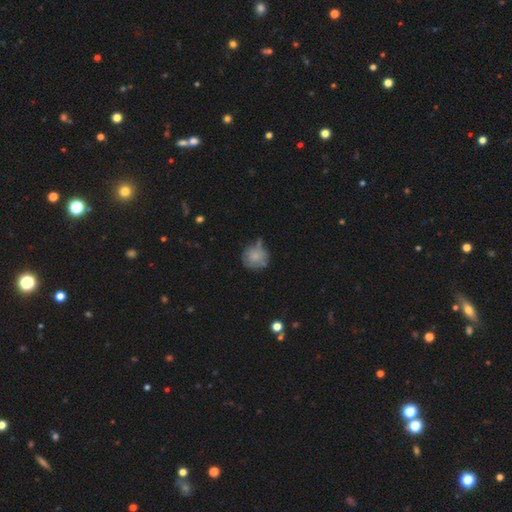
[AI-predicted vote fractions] A smooth galaxy with no disk features (61%) that is round (86%).

Vote fractions:
- Smooth or featured? smooth: 61% / featured or disk: 30% / star or artifact: 9%
- How rounded? round: 86% / in between: 13% / cigar-shaped: 1%
- Merging? none: 49% / minor disturbance: 32% / major disturbance: 12% / merger: 7%